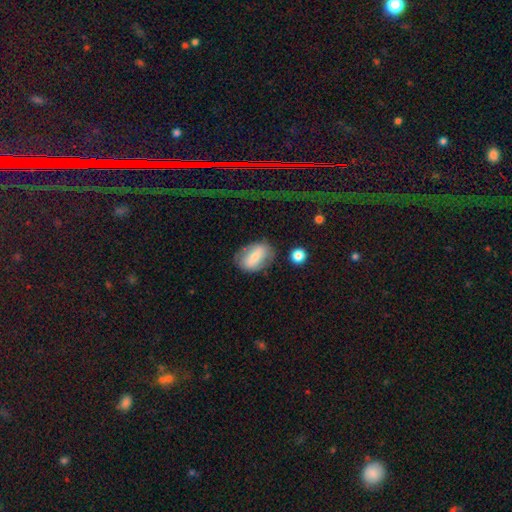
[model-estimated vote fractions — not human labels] Smooth or featured? Predicted: smooth (p=0.61). How rounded? Predicted: in between (p=0.83). Merging? Predicted: none (p=0.69).